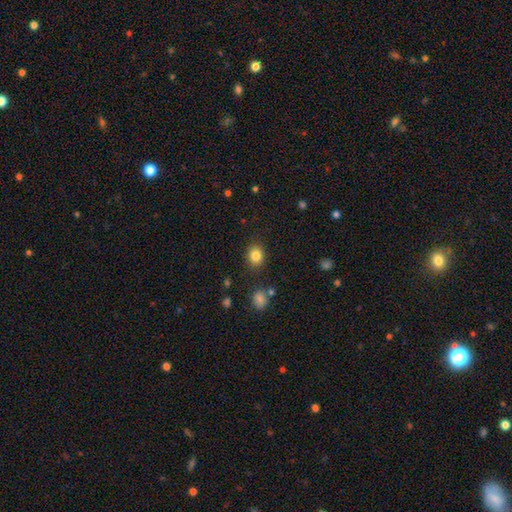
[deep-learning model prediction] smooth-or-featured: smooth: 83% | star or artifact: 11% | featured or disk: 6%
  how-rounded: round: 62% | in between: 37% | cigar-shaped: 1%
  merging: none: 85% | minor disturbance: 9% | major disturbance: 3% | merger: 2%